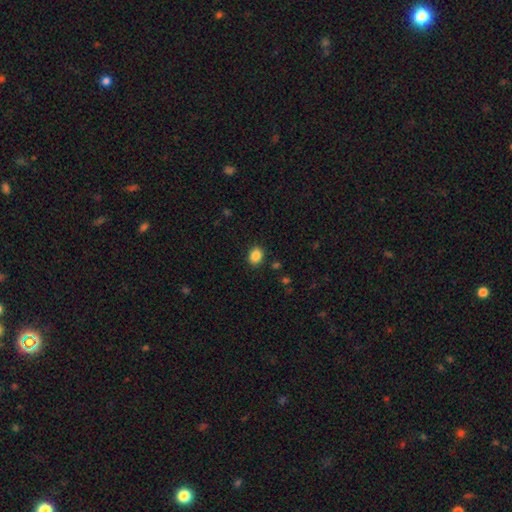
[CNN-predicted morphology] smooth 86%, star or artifact 10%, featured or disk 4%. Down the decision tree: how rounded — round (51%); merging — none (89%).